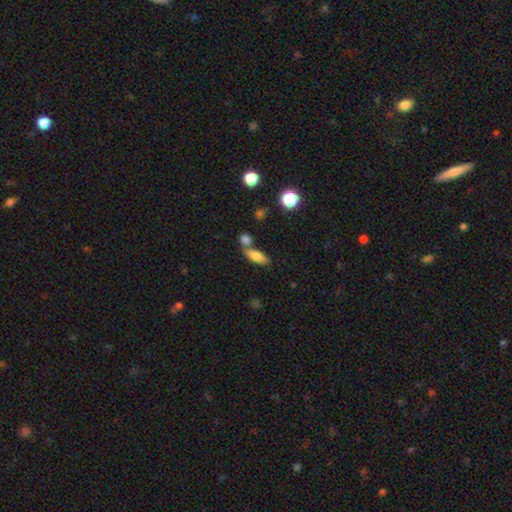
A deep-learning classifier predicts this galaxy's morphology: Smooth or featured: smooth — 78% (featured or disk — 13%)
How rounded: in between — 66% (cigar-shaped — 30%)
Merging: none — 54% (merger — 30%)